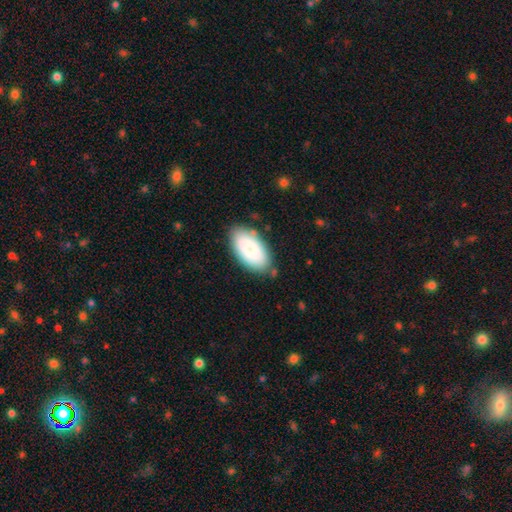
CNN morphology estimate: Overall: smooth (85%). How rounded: in between (95%). Merging: none (80%).